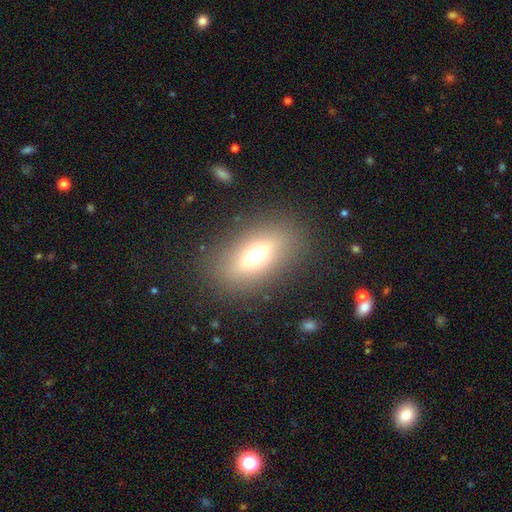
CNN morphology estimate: This appears to be a smooth galaxy with no disk features (52%) that is in between round and cigar-shaped (72%). Merging: none (85%).